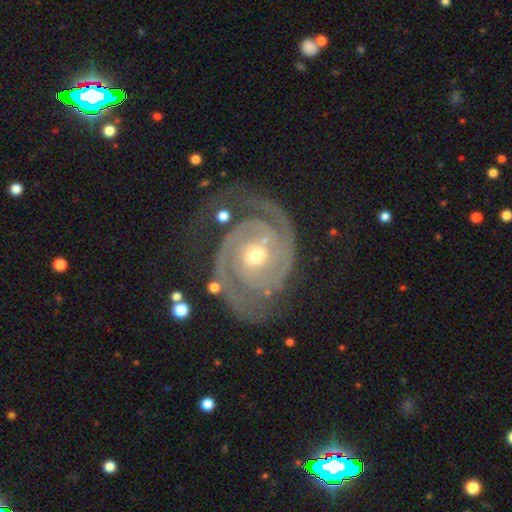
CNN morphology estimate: type=featured or disk (93%); edge-on=no (98%); bar=no (60%); spiral arms=yes (98%); winding=tight (67%); arm count=2 (85%); bulge=small (49%); merging=none (68%).